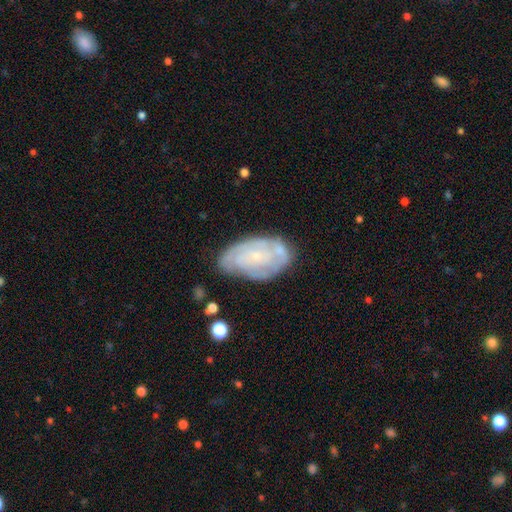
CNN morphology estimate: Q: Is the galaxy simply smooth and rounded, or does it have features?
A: featured or disk — 71%.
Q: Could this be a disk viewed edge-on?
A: no — 95%.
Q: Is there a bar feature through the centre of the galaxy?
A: no — 76%.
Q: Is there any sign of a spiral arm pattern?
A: yes — 81%.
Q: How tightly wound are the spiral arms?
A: tight — 64%.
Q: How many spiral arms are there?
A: can't tell — 47%.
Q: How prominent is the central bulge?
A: small — 78%.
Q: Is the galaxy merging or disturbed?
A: none — 61%.